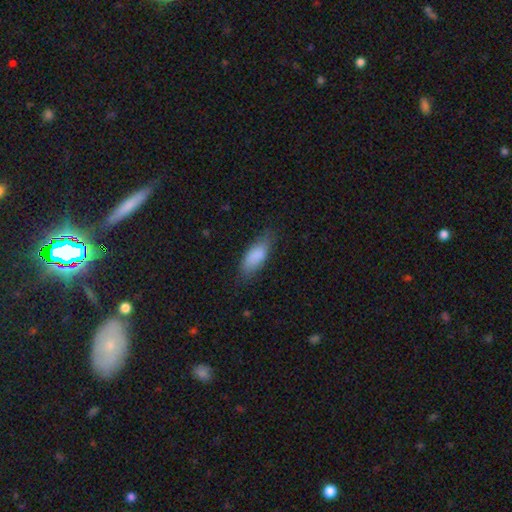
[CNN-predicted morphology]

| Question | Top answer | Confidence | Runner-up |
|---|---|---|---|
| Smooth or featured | smooth | 85% | featured or disk (9%) |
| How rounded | in between | 75% | cigar-shaped (23%) |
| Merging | none | 73% | minor disturbance (21%) |